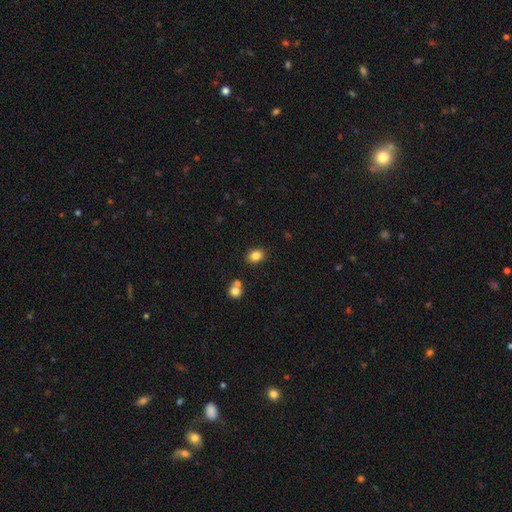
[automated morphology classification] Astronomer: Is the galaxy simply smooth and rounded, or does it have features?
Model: smooth — 84%.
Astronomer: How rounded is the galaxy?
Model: in between — 57% (runner-up: round, 42%).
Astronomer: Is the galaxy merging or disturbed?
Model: none — 84%.